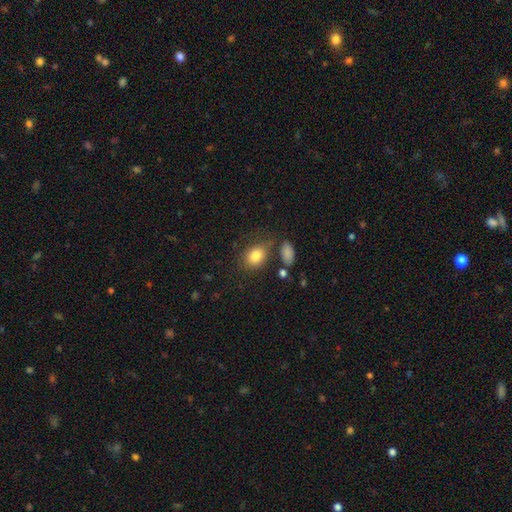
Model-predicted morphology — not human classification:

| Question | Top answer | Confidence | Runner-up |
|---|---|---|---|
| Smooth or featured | smooth | 83% | star or artifact (9%) |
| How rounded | in between | 63% | round (36%) |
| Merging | none | 66% | minor disturbance (18%) |